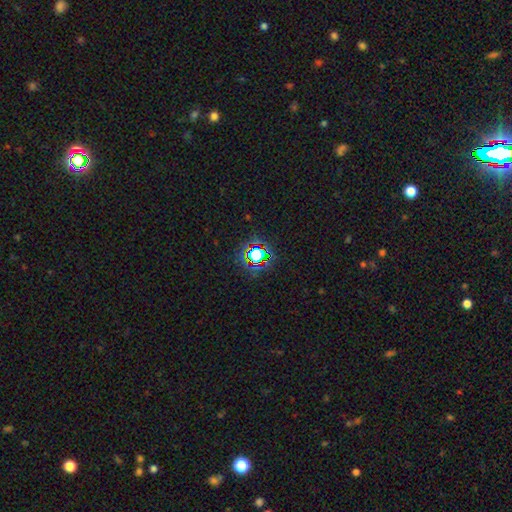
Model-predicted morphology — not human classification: Smooth or featured: star or artifact — 67% (smooth — 23%)